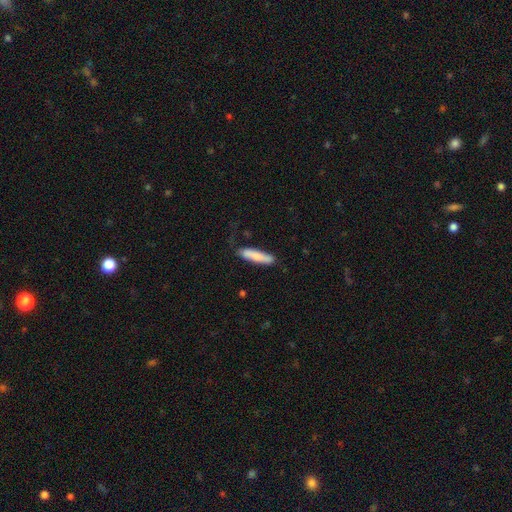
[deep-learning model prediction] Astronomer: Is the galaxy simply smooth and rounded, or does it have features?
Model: smooth — 78%.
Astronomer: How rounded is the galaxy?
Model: cigar-shaped — 80%.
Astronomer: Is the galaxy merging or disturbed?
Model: none — 72%.